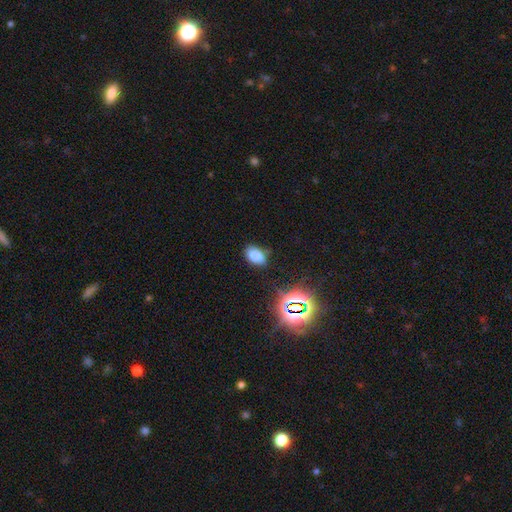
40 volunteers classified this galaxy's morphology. Smooth or featured? 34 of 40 (85%) said smooth. How rounded? 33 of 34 (97%) said in between. Merging? 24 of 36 (67%) said none.